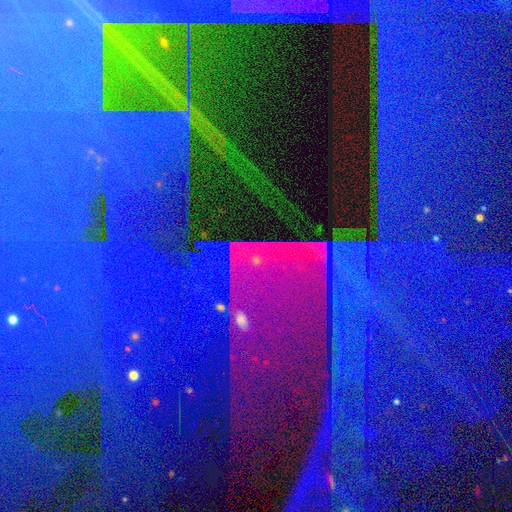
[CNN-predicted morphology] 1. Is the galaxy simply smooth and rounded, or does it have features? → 88% star or artifact, 7% featured or disk, 6% smooth.